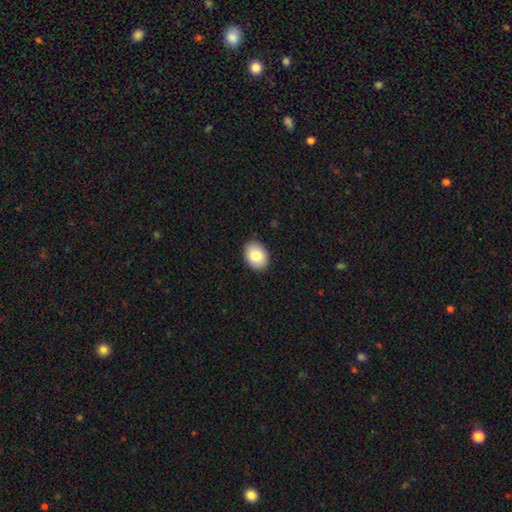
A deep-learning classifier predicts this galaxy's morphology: Smooth or featured? smooth (83%)
How rounded? in between (72%)
Merging? none (91%)